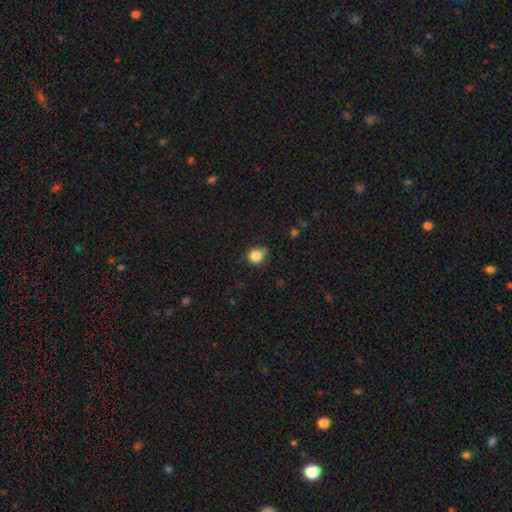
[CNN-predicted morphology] Smooth or featured? smooth (84%)
How rounded? round (92%)
Merging? none (73%)